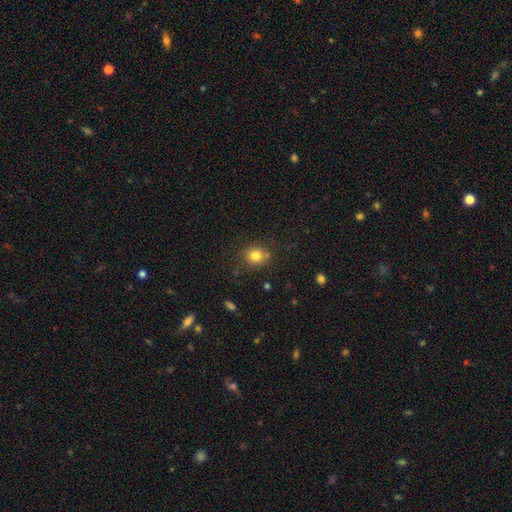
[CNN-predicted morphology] This is clearly a smooth galaxy (81%). How rounded: likely round (77%). Merging: likely none (79%).